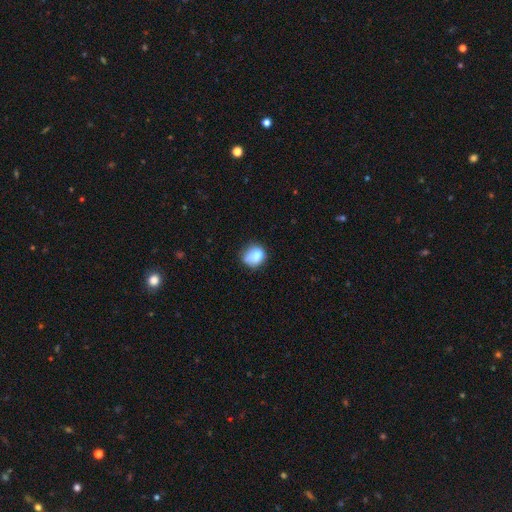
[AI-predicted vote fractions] Smooth or featured? Predicted: smooth (p=0.78). How rounded? Predicted: round (p=0.61). Merging? Predicted: none (p=0.50).